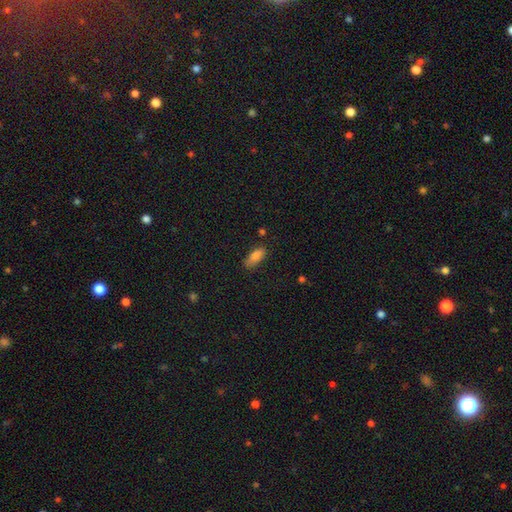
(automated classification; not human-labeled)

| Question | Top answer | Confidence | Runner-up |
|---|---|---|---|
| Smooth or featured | smooth | 84% | star or artifact (8%) |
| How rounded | in between | 81% | cigar-shaped (17%) |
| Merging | none | 76% | minor disturbance (18%) |